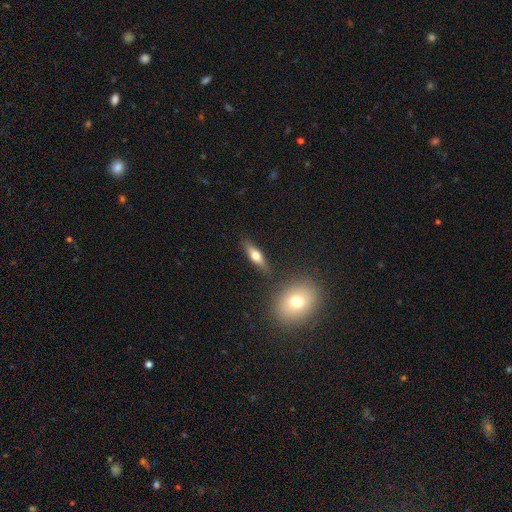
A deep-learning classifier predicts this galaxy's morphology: smooth 47%, featured or disk 45%, star or artifact 7%. Down the decision tree: merging — none (84%).